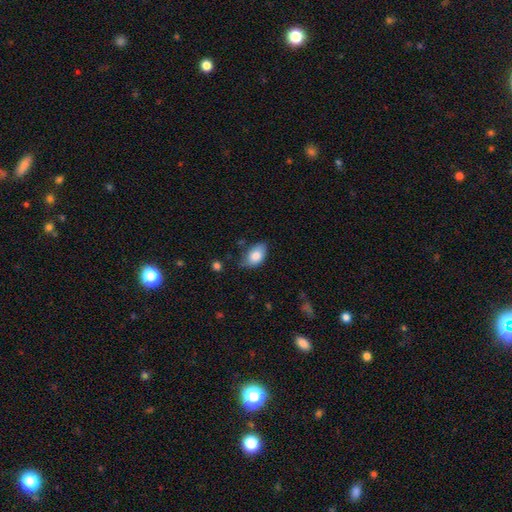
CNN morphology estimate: smooth-or-featured: smooth: 83% | featured or disk: 11% | star or artifact: 7%
  how-rounded: in between: 91% | round: 7% | cigar-shaped: 2%
  merging: none: 62% | minor disturbance: 30% | major disturbance: 6% | merger: 2%